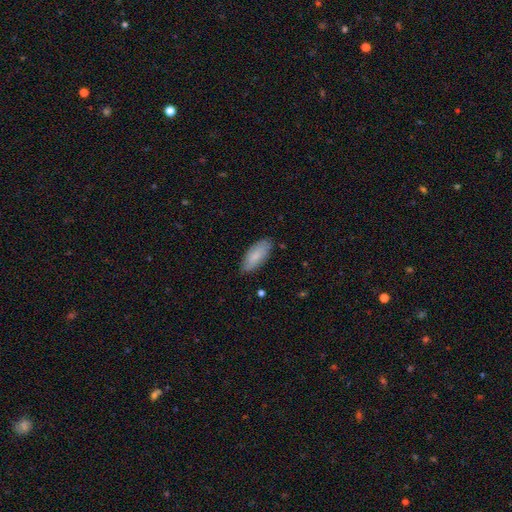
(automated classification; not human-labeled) Smooth or featured?
  - smooth: 80% *
  - featured or disk: 14%
  - star or artifact: 6%
How rounded?
  - in between: 84% *
  - cigar-shaped: 14%
  - round: 2%
Merging?
  - none: 80% *
  - minor disturbance: 16%
  - major disturbance: 2%
  - merger: 1%